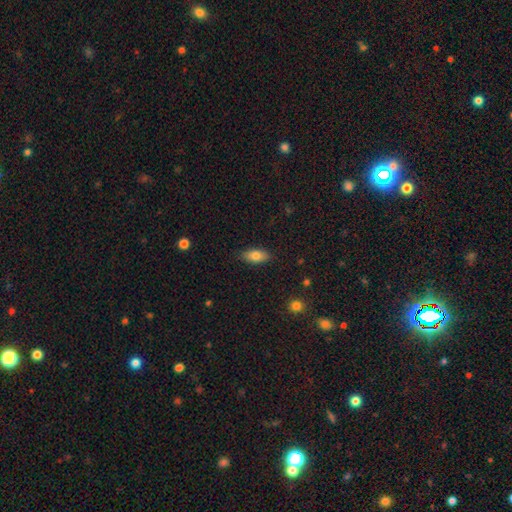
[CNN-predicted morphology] This is likely a smooth galaxy (79%). How rounded: clearly in between (86%). Merging: clearly none (87%).